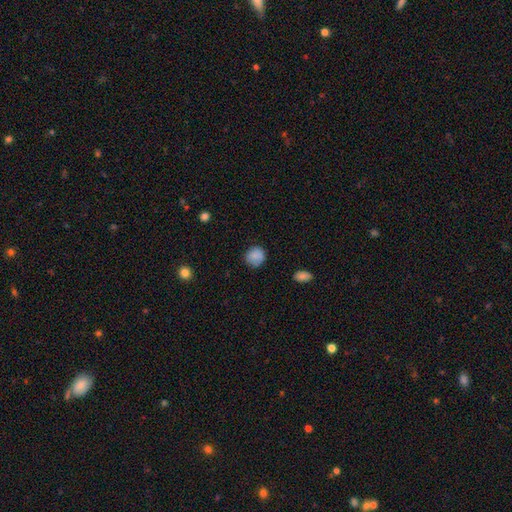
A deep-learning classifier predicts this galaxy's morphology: Q: Smooth or featured?
A: smooth (85%); runner-up: star or artifact (9%)
Q: How rounded?
A: round (85%); runner-up: in between (14%)
Q: Merging?
A: none (79%); runner-up: minor disturbance (16%)